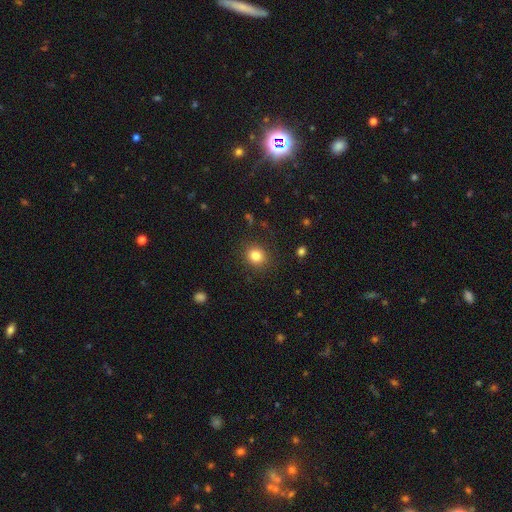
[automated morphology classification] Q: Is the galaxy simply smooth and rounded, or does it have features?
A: smooth — 83%.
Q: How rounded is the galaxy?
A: round — 78%.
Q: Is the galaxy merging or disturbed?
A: none — 88%.